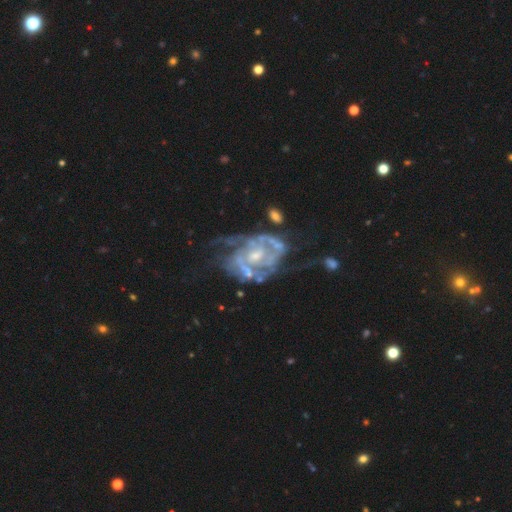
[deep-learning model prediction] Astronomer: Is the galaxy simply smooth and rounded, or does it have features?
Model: featured or disk — 86%.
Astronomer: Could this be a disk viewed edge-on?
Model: no — 97%.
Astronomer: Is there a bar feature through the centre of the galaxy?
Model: no — 58%.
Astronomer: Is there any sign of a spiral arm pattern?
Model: yes — 82%.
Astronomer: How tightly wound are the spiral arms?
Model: tight — 49% (runner-up: medium, 37%).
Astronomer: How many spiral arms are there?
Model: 2 — 38%, tied with can't tell at 38%.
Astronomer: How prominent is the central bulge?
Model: small — 46% (runner-up: moderate, 44%).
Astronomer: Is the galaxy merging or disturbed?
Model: none — 40% (runner-up: major disturbance, 28%).